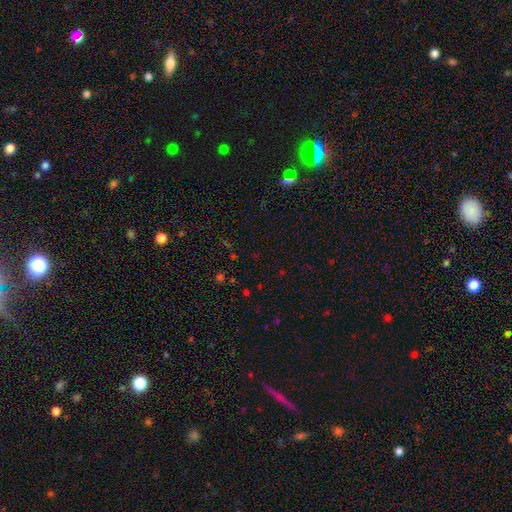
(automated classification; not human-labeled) A star or artifact, not a galaxy (60%).

Vote fractions:
- Smooth or featured? star or artifact: 60% / smooth: 32% / featured or disk: 8%